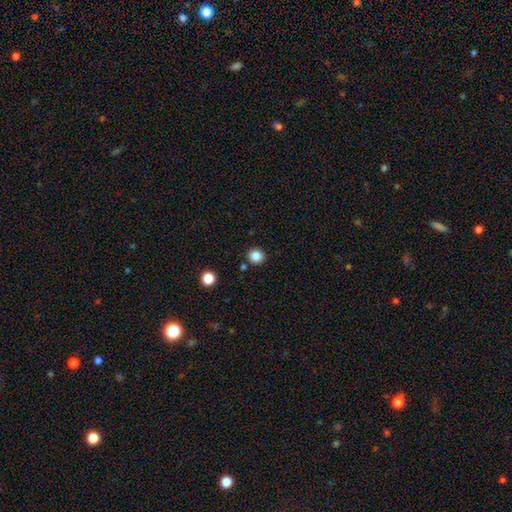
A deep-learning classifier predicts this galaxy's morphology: Smooth or featured? smooth (85%)
How rounded? round (92%)
Merging? none (89%)